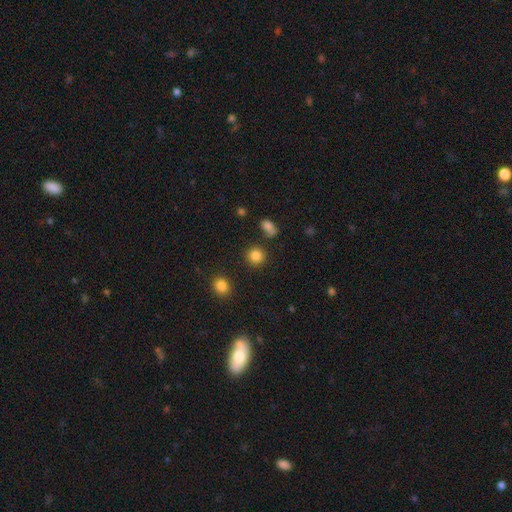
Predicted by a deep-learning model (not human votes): Smooth or featured? smooth (85%)
How rounded? round (91%)
Merging? none (87%)